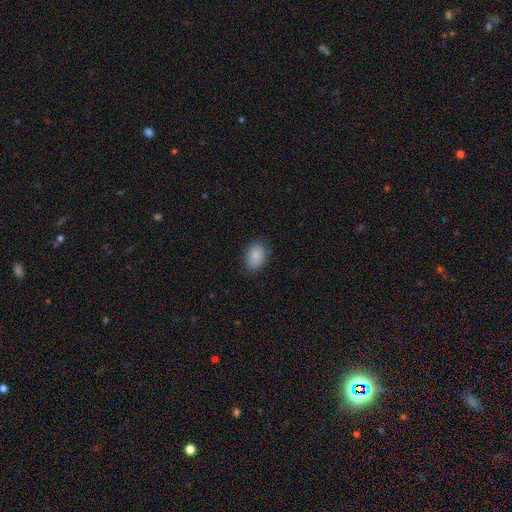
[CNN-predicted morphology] The model was most divided on "how rounded": in between: 75%, round: 24%, cigar-shaped: 1%. More confident: smooth or featured — smooth (88%); merging — none (82%).